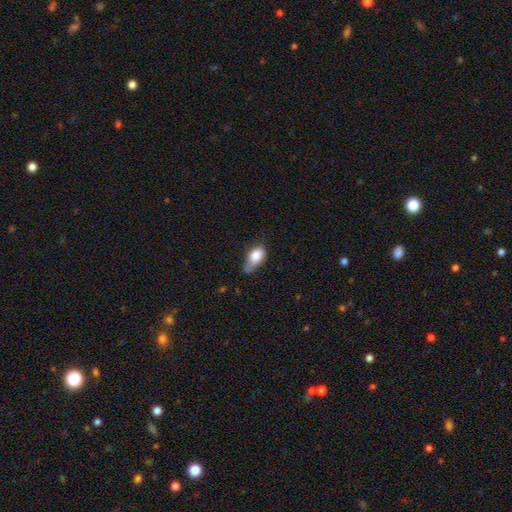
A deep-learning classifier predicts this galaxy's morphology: The model was most divided on "merging": minor disturbance: 43%, none: 30%, major disturbance: 20%, merger: 7%. More confident: how rounded — in between (85%); smooth or featured — smooth (79%).